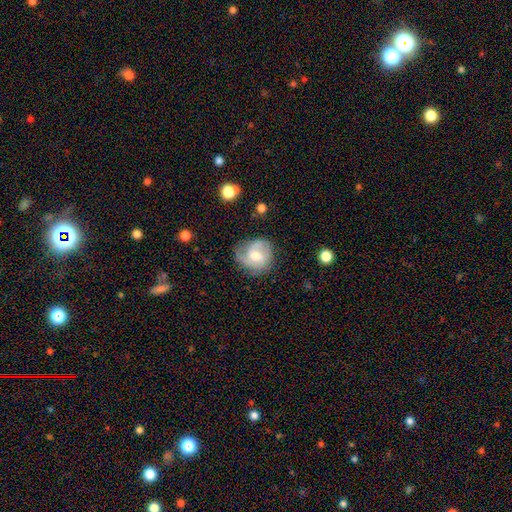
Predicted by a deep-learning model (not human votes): Smooth or featured?
  - featured or disk: 62% *
  - smooth: 31%
  - star or artifact: 7%
Edge-on disk?
  - no: 98% *
  - yes: 2%
Bar?
  - weak: 48% *
  - no: 43%
  - strong: 9%
Spiral arms?
  - yes: 89% *
  - no: 11%
Spiral winding?
  - medium: 46% *
  - tight: 29%
  - loose: 26%
Spiral arm count?
  - 2: 49% *
  - can't tell: 18%
  - 3: 17%
  - 1: 11%
  - 4: 3%
  - more than 4: 2%
Bulge size?
  - moderate: 60% *
  - small: 30%
  - large: 6%
  - none: 3%
  - dominant: 1%
Merging?
  - none: 62% *
  - minor disturbance: 24%
  - major disturbance: 11%
  - merger: 2%